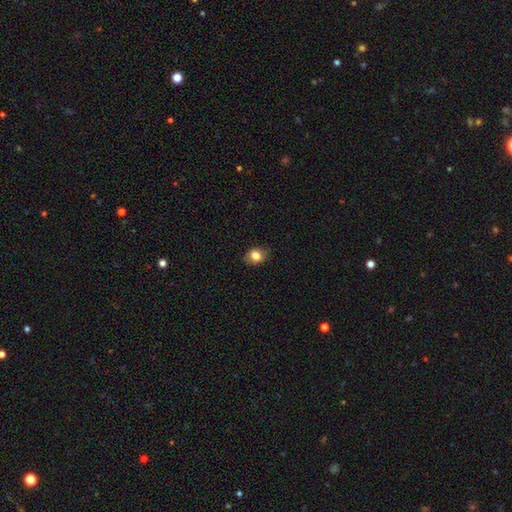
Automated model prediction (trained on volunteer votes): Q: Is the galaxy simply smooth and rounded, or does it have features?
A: smooth — 80%.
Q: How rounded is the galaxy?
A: in between — 56%.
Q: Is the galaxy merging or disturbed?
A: none — 85%.